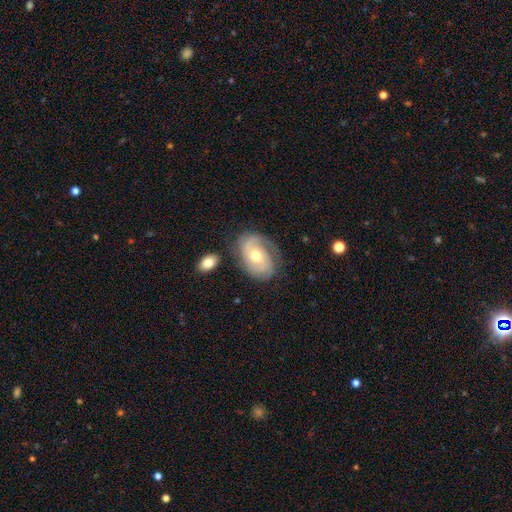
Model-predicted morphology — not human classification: Smooth or featured?
  - featured or disk: 74% *
  - smooth: 20%
  - star or artifact: 6%
Edge-on disk?
  - no: 96% *
  - yes: 4%
Bar?
  - no: 68% *
  - weak: 26%
  - strong: 5%
Spiral arms?
  - yes: 89% *
  - no: 11%
Spiral winding?
  - tight: 52% *
  - medium: 34%
  - loose: 14%
Spiral arm count?
  - 2: 53% *
  - 1: 21%
  - can't tell: 18%
  - 3: 5%
  - 4: 2%
  - more than 4: 2%
Bulge size?
  - moderate: 73% *
  - small: 21%
  - large: 4%
  - dominant: 1%
  - none: 1%
Merging?
  - none: 65% *
  - minor disturbance: 20%
  - major disturbance: 10%
  - merger: 4%